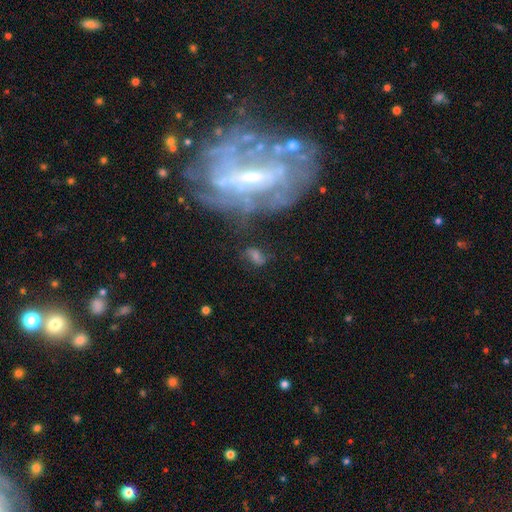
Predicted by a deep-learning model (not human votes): Smooth or featured: featured or disk — 51% (smooth — 34%)
Edge-on disk: no — 89% (yes — 11%)
Merging: none — 55% (minor disturbance — 20%)